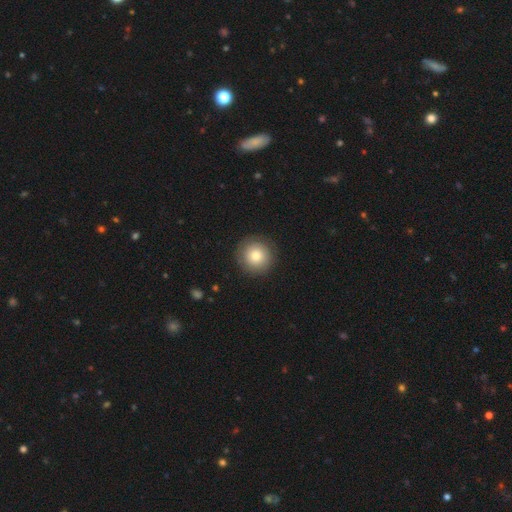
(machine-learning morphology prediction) smooth 79%, featured or disk 12%, star or artifact 9%. Down the decision tree: how rounded — round (96%); merging — none (90%).